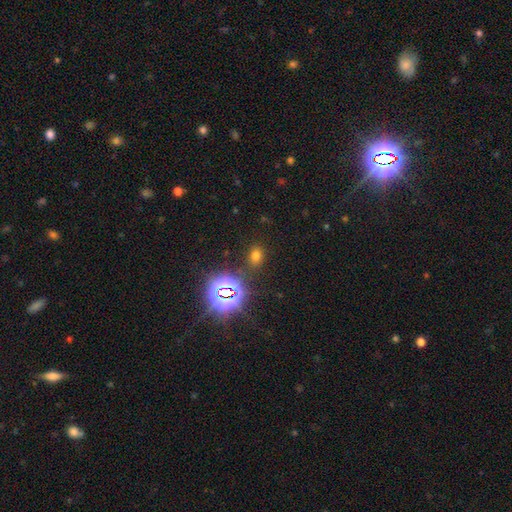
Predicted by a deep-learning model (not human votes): The model was most divided on "smooth or featured": smooth: 60%, star or artifact: 33%, featured or disk: 7%. More confident: merging — none (82%); how rounded — in between (64%).